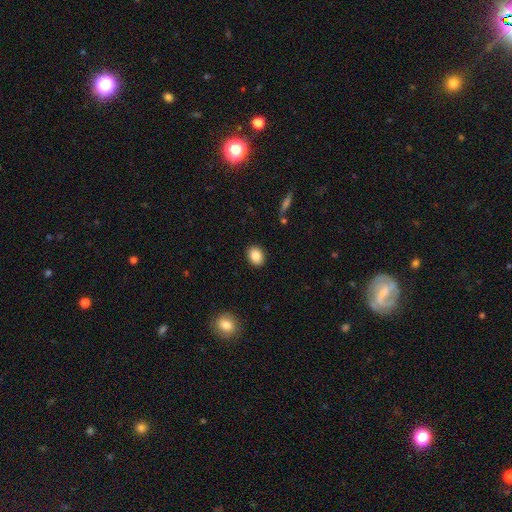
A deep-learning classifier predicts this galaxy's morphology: Smooth or featured? Predicted: smooth (p=0.87). How rounded? Predicted: in between (p=0.65). Merging? Predicted: none (p=0.90).